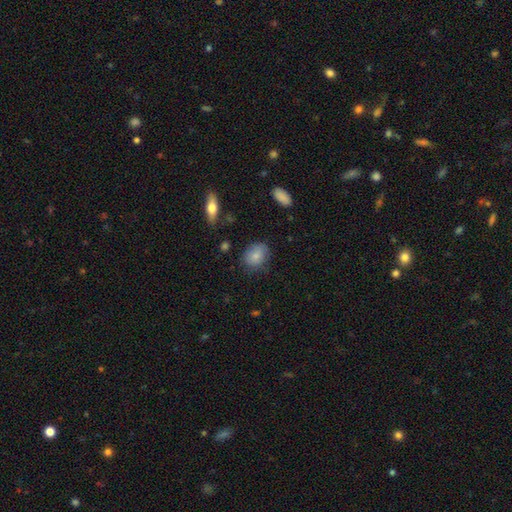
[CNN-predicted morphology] This is clearly a smooth galaxy (81%). How rounded: possibly in between (59%). Merging: likely none (73%).